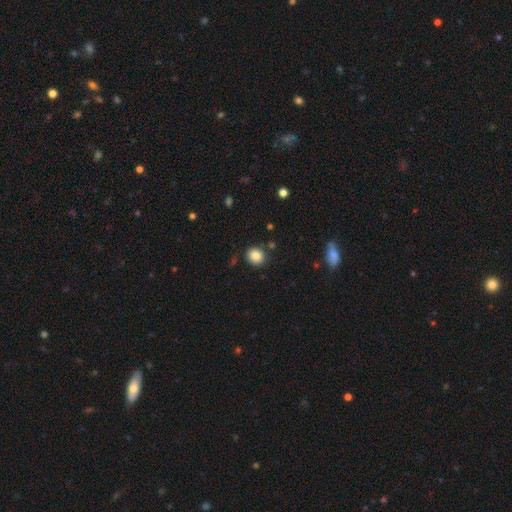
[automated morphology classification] smooth-or-featured: smooth: 85% | star or artifact: 10% | featured or disk: 6%
  how-rounded: round: 78% | in between: 21% | cigar-shaped: 1%
  merging: none: 84% | minor disturbance: 10% | merger: 4% | major disturbance: 3%